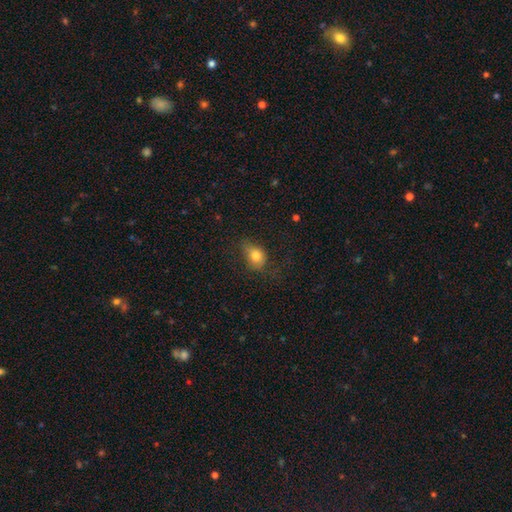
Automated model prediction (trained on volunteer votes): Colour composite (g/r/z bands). It shows a smooth galaxy with no disk features (79%) that is in between round and cigar-shaped (63%). Merging: none (54%).